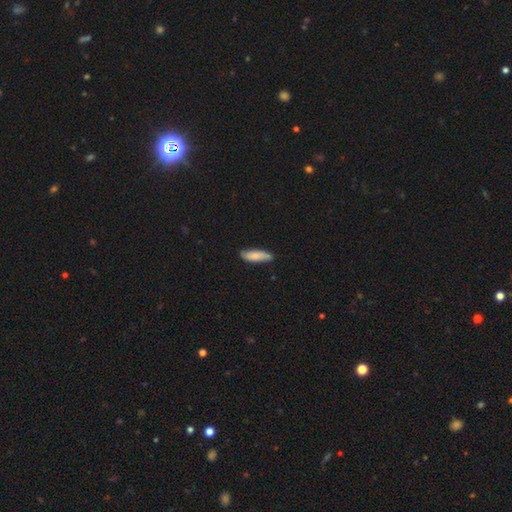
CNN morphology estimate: Smooth or featured? Predicted: smooth (p=0.76). How rounded? Predicted: cigar-shaped (p=0.52). Merging? Predicted: none (p=0.80).